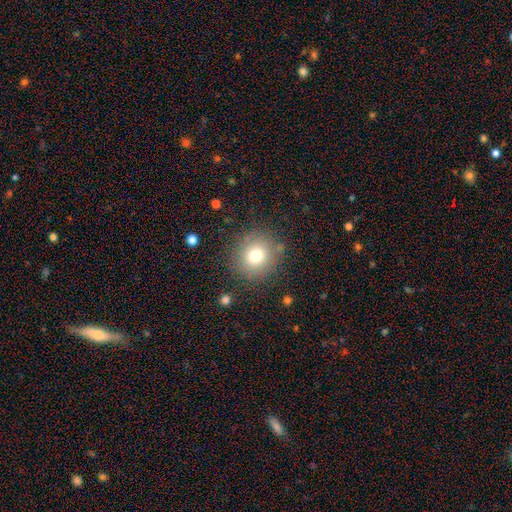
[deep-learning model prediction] Smooth or featured: smooth — 75% (star or artifact — 13%)
How rounded: round — 89% (in between — 10%)
Merging: none — 83% (minor disturbance — 10%)